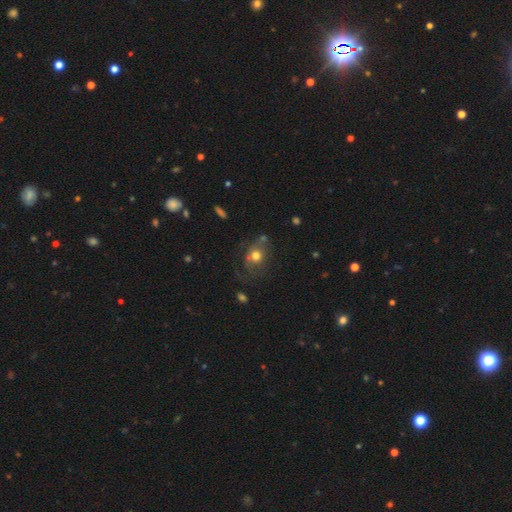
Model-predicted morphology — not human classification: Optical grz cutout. It shows a smooth galaxy with no disk features (58%) that is round (57%). Merging: none (45%).